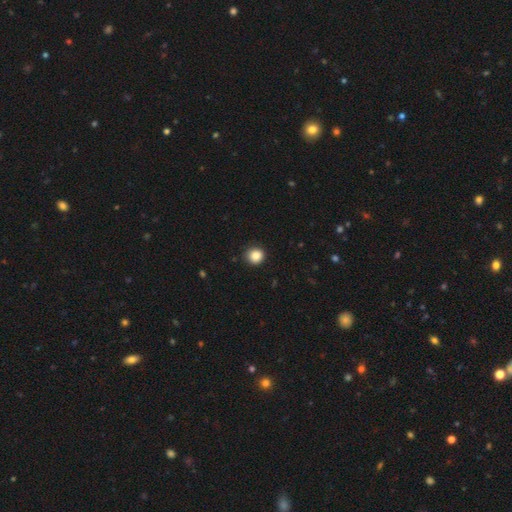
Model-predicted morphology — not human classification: Smooth or featured?
  - smooth: 87% *
  - star or artifact: 10%
  - featured or disk: 3%
How rounded?
  - round: 88% *
  - in between: 11%
  - cigar-shaped: 1%
Merging?
  - none: 86% *
  - minor disturbance: 11%
  - major disturbance: 2%
  - merger: 1%